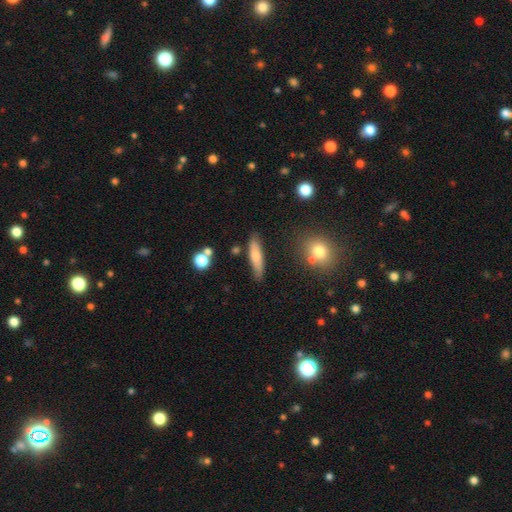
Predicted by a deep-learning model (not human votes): A smooth galaxy with no disk features (70%) that is cigar-shaped (74%).

Vote fractions:
- Smooth or featured? smooth: 70% / featured or disk: 23% / star or artifact: 7%
- How rounded? cigar-shaped: 74% / in between: 24% / round: 2%
- Merging? none: 79% / minor disturbance: 14% / merger: 4% / major disturbance: 3%